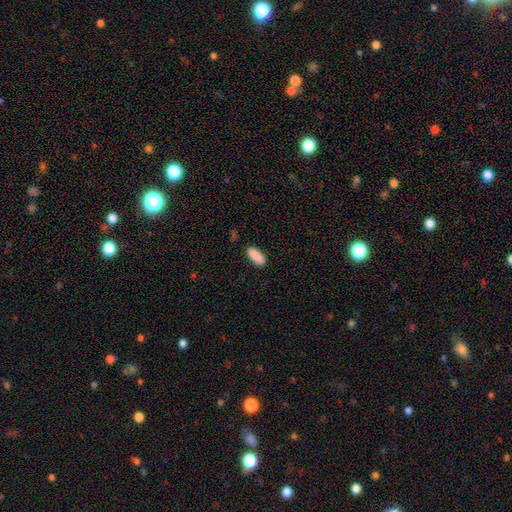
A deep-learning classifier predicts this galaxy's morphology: Smooth or featured? smooth (90%)
How rounded? in between (74%)
Merging? none (87%)